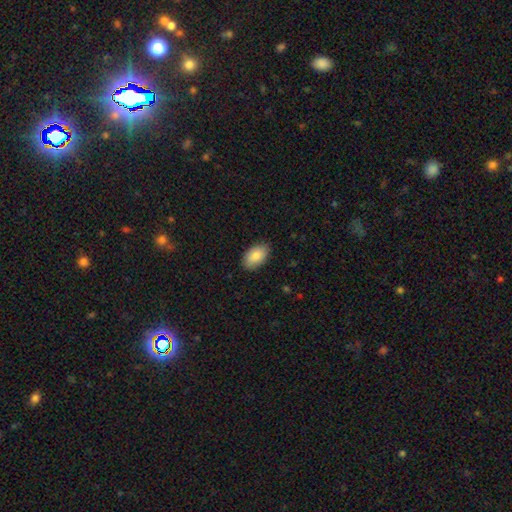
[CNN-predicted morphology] Smooth or featured: smooth — 83% (featured or disk — 11%)
How rounded: in between — 93% (round — 6%)
Merging: none — 85% (minor disturbance — 12%)